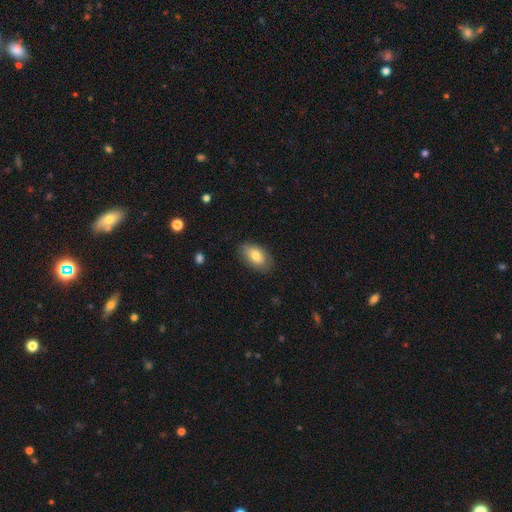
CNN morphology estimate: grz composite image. It shows a smooth galaxy with no disk features (77%) that is in between round and cigar-shaped (91%). Merging: none (80%).